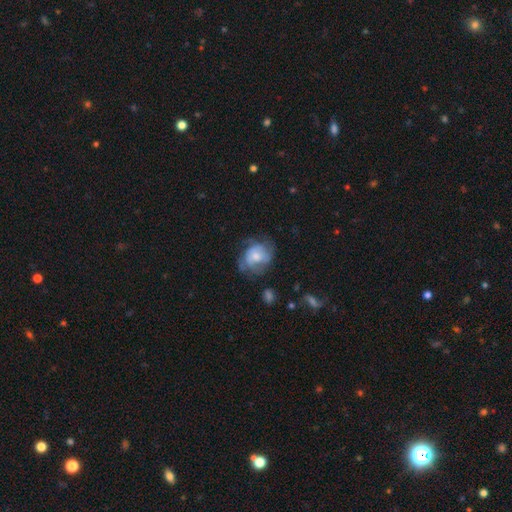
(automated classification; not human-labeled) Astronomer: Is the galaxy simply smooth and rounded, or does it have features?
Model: featured or disk — 54% (runner-up: smooth, 38%).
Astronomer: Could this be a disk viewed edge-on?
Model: no — 97%.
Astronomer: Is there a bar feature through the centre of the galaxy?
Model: no — 69%.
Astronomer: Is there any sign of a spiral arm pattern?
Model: yes — 69%.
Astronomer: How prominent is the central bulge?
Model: moderate — 48% (runner-up: small, 32%).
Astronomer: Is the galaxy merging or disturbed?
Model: none — 52%.